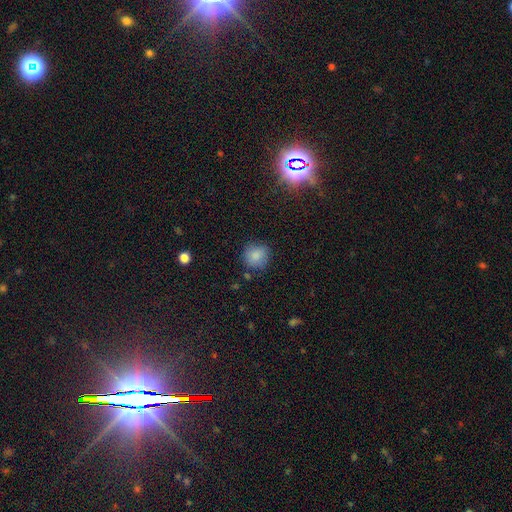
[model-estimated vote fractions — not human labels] Morphology: type=smooth (85%); roundness=round (88%); merging=none (81%).